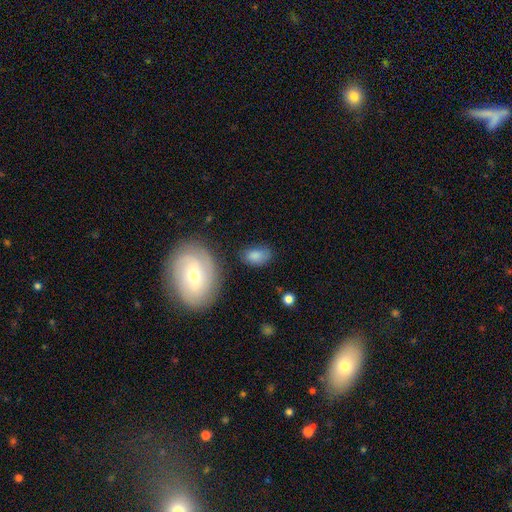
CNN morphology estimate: Smooth or featured: smooth — 82% (featured or disk — 9%)
How rounded: in between — 89% (round — 9%)
Merging: none — 68% (minor disturbance — 21%)